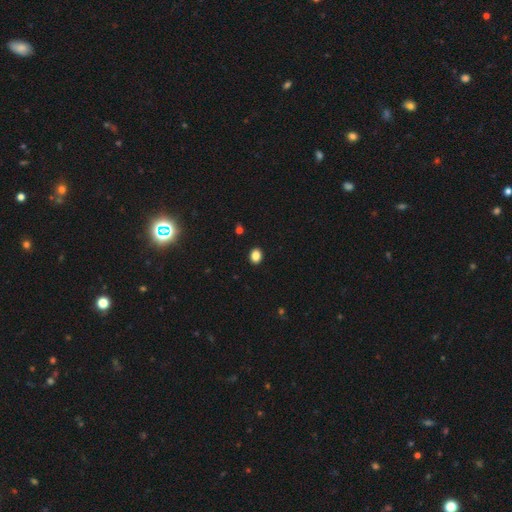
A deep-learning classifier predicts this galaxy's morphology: This is clearly a smooth galaxy (86%). How rounded: possibly in between (58%). Merging: clearly none (91%).